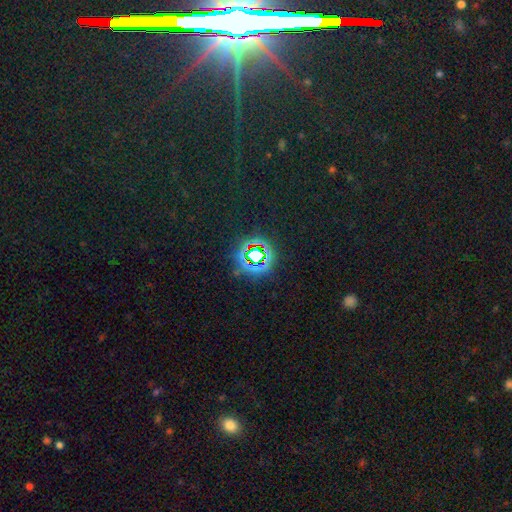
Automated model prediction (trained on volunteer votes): The model was most divided on "smooth or featured": star or artifact: 74%, smooth: 17%, featured or disk: 9%.